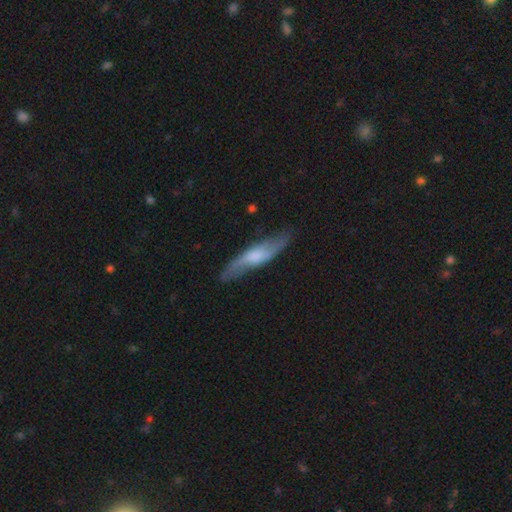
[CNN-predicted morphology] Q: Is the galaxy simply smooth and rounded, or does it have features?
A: featured or disk — 56%.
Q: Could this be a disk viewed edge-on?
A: yes — 56%.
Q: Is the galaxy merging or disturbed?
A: none — 77%.